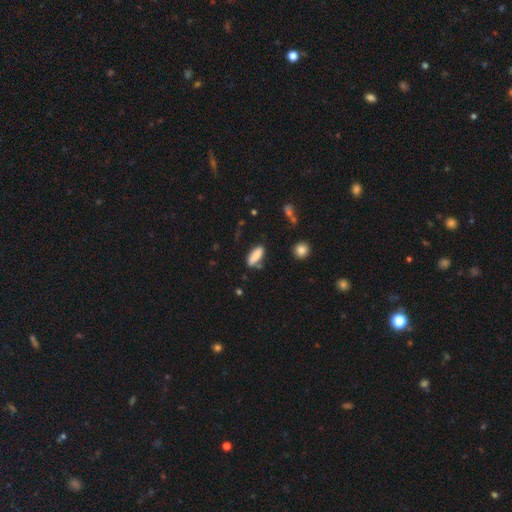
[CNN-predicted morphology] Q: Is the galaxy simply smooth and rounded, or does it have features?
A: smooth — 85%.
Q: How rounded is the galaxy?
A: in between — 65%.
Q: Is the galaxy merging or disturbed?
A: none — 73%.